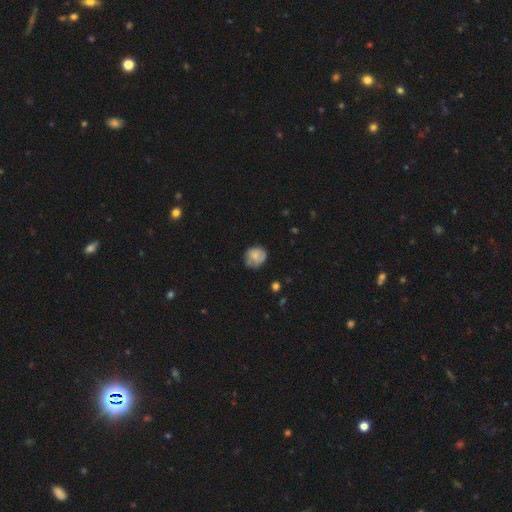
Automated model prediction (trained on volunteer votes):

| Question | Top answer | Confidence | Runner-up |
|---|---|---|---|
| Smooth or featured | smooth | 71% | featured or disk (21%) |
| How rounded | round | 74% | in between (25%) |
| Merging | none | 60% | minor disturbance (31%) |